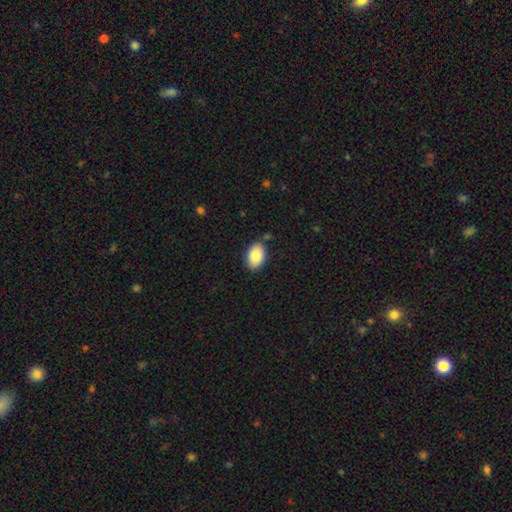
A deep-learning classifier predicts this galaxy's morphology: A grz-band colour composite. It shows a smooth galaxy with no disk features (85%) that is in between round and cigar-shaped (89%). Merging: none (83%).